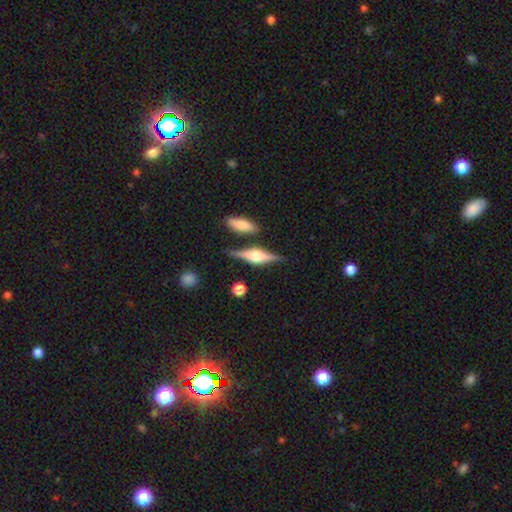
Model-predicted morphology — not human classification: Smooth or featured: featured or disk — 76% (smooth — 18%)
Edge-on disk: yes — 97% (no — 3%)
Edge-on bulge: rounded — 85% (boxy — 13%)
Merging: none — 80% (minor disturbance — 12%)